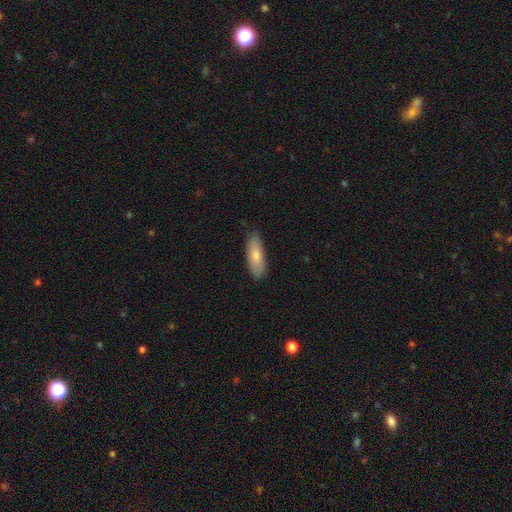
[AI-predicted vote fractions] Smooth or featured? smooth (79%)
How rounded? in between (62%)
Merging? none (85%)